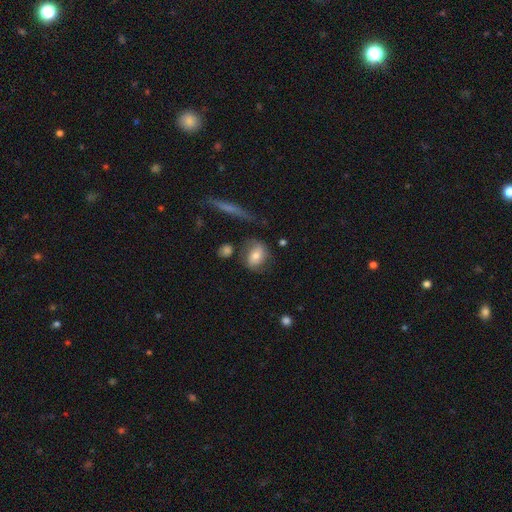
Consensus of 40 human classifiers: Volunteers were most divided on "merging": none: 60%, minor disturbance: 23%, merger: 14%, major disturbance: 3%. More confident: how rounded — in between (72%); smooth or featured — smooth (62%).